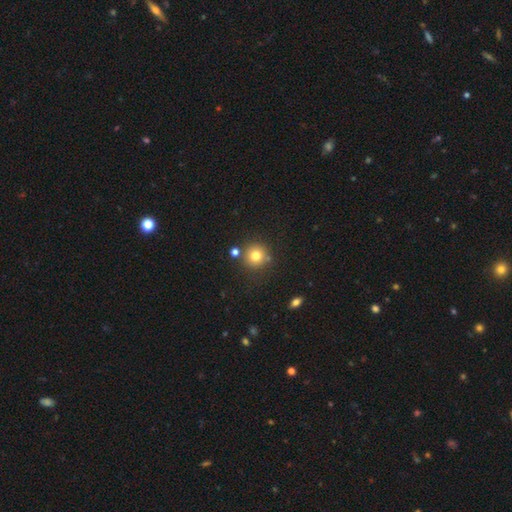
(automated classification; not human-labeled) Smooth or featured: smooth — 78% (star or artifact — 13%)
How rounded: round — 93% (in between — 6%)
Merging: none — 80% (merger — 9%)